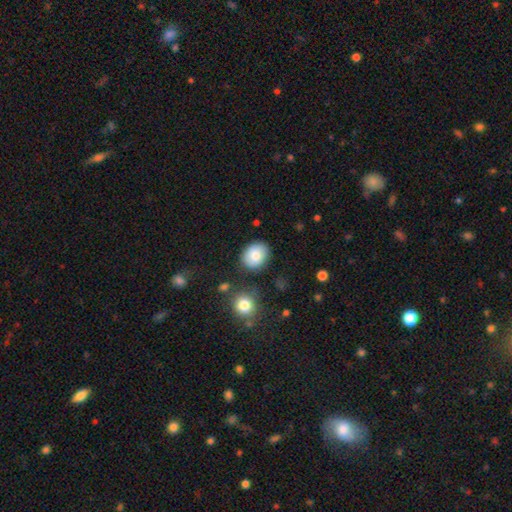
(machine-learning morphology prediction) Smooth or featured? Predicted: smooth (p=0.83). How rounded? Predicted: round (p=0.54). Merging? Predicted: none (p=0.83).